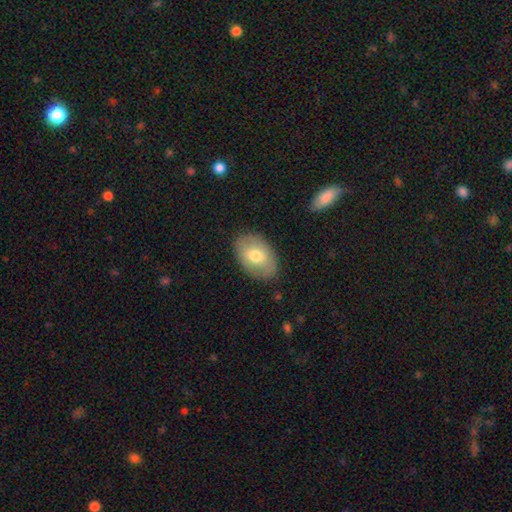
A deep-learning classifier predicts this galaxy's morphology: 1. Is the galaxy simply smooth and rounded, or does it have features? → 66% smooth, 28% featured or disk, 7% star or artifact.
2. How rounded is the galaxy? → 85% in between, 14% round, 1% cigar-shaped.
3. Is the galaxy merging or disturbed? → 84% none, 12% minor disturbance, 3% major disturbance, 1% merger.